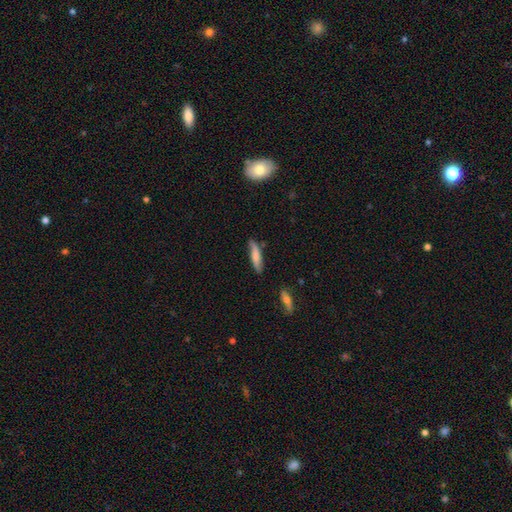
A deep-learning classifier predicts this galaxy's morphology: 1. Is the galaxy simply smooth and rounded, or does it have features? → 67% smooth, 27% featured or disk, 6% star or artifact.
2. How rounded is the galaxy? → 77% cigar-shaped, 22% in between, 2% round.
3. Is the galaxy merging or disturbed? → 76% none, 18% minor disturbance, 3% major disturbance, 2% merger.